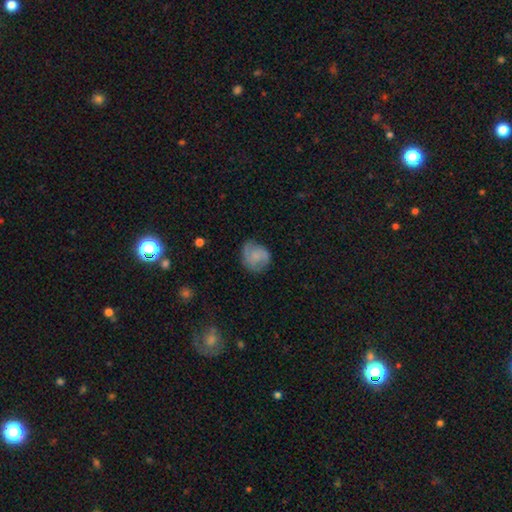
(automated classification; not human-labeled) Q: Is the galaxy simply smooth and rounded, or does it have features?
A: smooth — 61%.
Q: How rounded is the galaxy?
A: round — 74%.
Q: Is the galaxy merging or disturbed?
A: none — 63%.